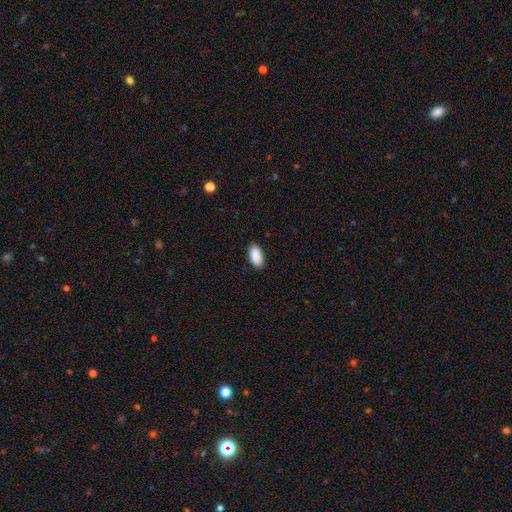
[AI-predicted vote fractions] Morphology: type=smooth (91%); roundness=in between (94%); merging=none (88%).